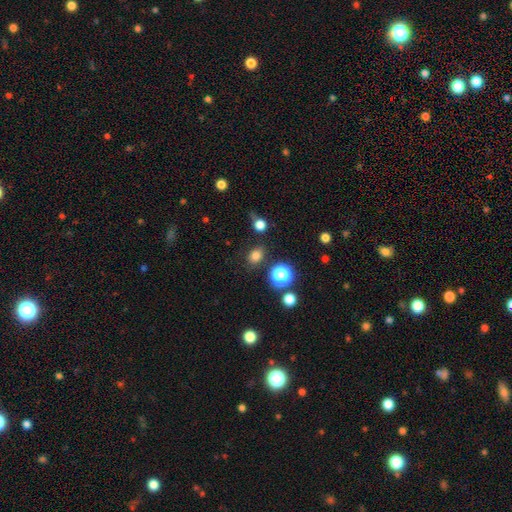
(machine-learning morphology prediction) Smooth or featured?
  - smooth: 78% *
  - star or artifact: 17%
  - featured or disk: 6%
How rounded?
  - in between: 51% *
  - round: 47%
  - cigar-shaped: 1%
Merging?
  - none: 81% *
  - minor disturbance: 11%
  - major disturbance: 4%
  - merger: 4%